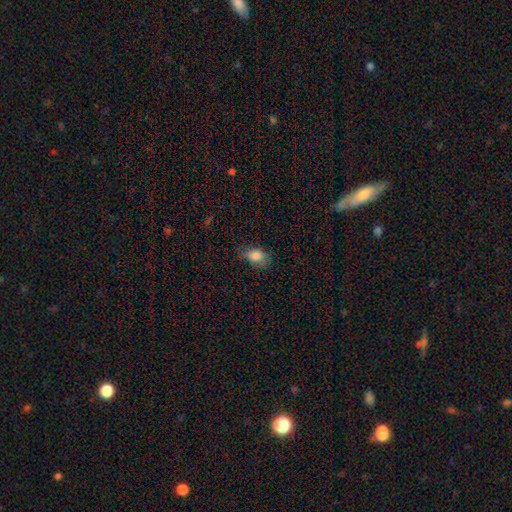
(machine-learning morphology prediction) This appears to be a smooth galaxy with no disk features (84%) that is in between round and cigar-shaped (78%). Merging: none (58%).